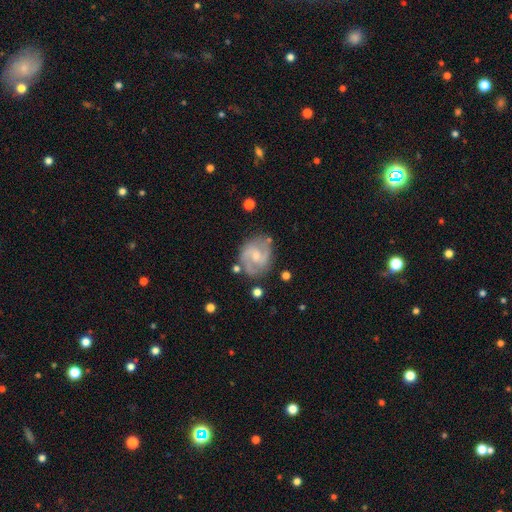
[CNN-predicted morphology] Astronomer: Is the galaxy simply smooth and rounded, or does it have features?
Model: featured or disk — 84%.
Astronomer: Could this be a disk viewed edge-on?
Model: no — 98%.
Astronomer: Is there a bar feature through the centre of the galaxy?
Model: weak — 46% (runner-up: no, 45%).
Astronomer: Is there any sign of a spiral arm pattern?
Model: yes — 96%.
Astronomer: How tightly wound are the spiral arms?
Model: medium — 56%.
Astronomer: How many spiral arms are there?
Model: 2 — 83%.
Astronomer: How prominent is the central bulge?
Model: small — 62%.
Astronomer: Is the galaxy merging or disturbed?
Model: none — 73%.